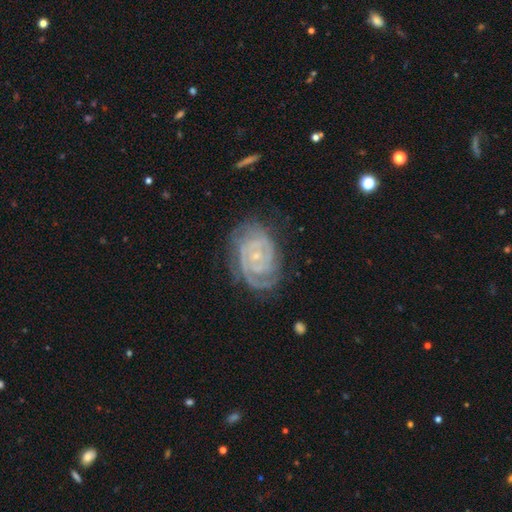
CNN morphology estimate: type=featured or disk (88%); edge-on=no (97%); bar=no (69%); spiral arms=yes (98%); winding=tight (80%); arm count=2 (39%); bulge=small (79%); merging=none (74%).